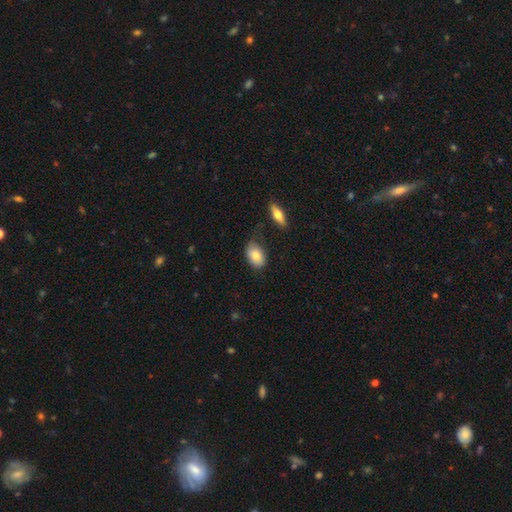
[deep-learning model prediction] The model was most divided on "merging": none: 64%, minor disturbance: 25%, major disturbance: 6%, merger: 5%. More confident: how rounded — in between (90%); smooth or featured — smooth (82%).